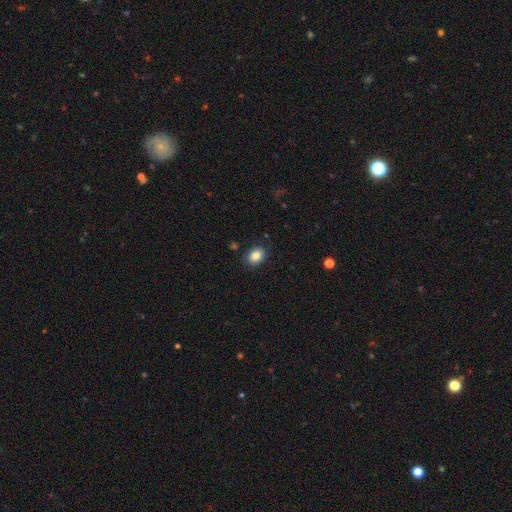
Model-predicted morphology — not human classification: A smooth galaxy with no disk features (85%) that is in between round and cigar-shaped (68%). Merging: none (85%).